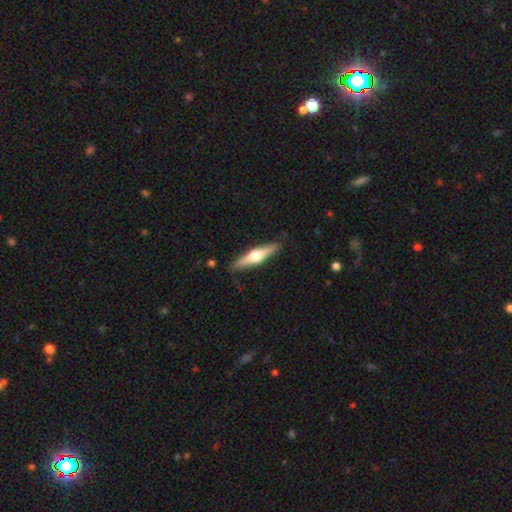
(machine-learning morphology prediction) smooth-or-featured: featured or disk: 58% | smooth: 37% | star or artifact: 5%
  disk-edge-on: yes: 95% | no: 5%
    edge-on-bulge: rounded: 94% | boxy: 3% | none: 3%
  merging: none: 87% | minor disturbance: 9% | major disturbance: 2% | merger: 1%